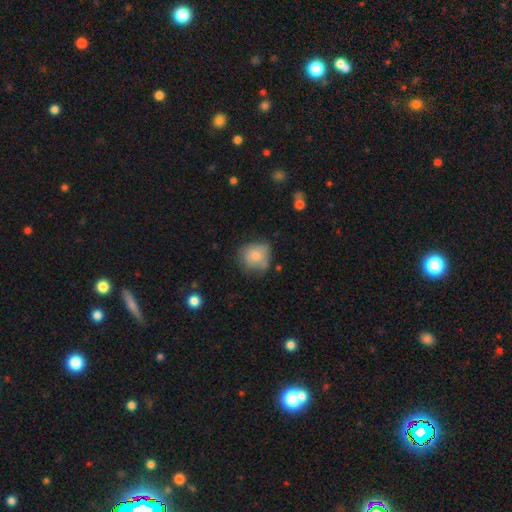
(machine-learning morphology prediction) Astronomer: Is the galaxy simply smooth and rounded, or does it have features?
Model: smooth — 74%.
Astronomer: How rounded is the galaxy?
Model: round — 78%.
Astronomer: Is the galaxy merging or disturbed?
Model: none — 55% (runner-up: minor disturbance, 32%).